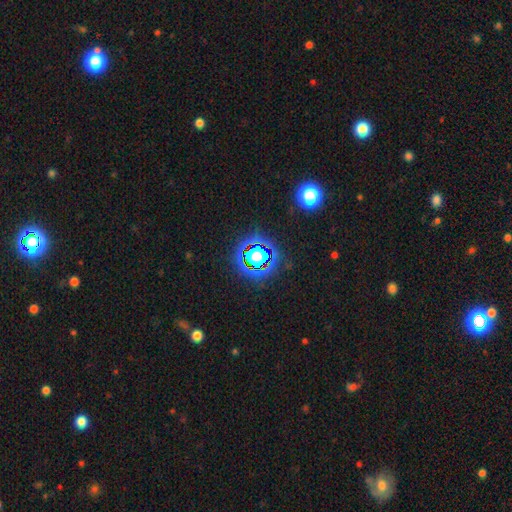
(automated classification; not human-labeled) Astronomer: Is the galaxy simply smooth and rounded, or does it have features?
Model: star or artifact — 77%.